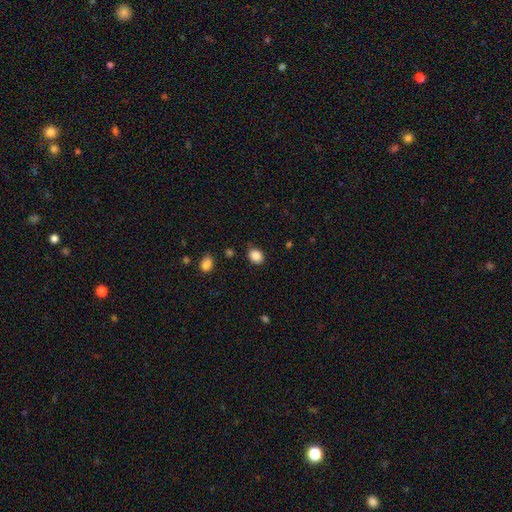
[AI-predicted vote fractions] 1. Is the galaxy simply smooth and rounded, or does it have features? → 87% smooth, 10% star or artifact, 4% featured or disk.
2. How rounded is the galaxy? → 52% round, 47% in between, 1% cigar-shaped.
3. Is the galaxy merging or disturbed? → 81% none, 14% minor disturbance, 3% major disturbance, 2% merger.